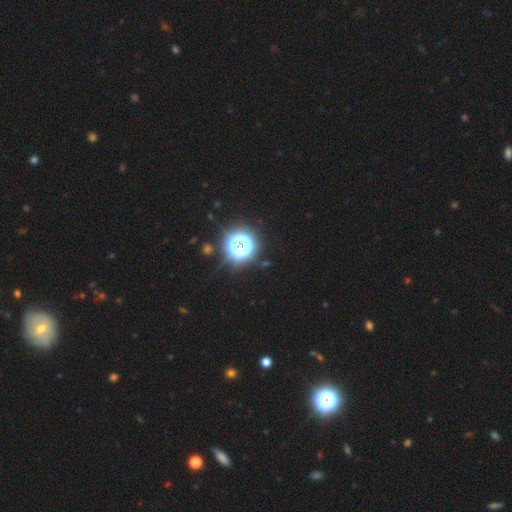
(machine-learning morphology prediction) A star or artifact, not a galaxy (82%).